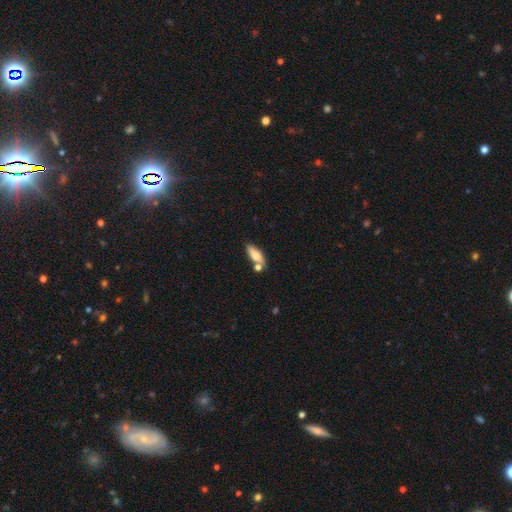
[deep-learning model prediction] The model was most divided on "how rounded": in between: 63%, cigar-shaped: 33%, round: 3%. More confident: smooth or featured — smooth (68%); merging — none (62%).